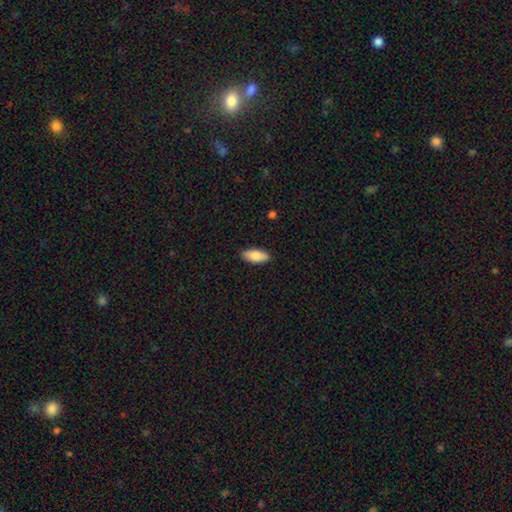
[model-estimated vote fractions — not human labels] The model was most divided on "how rounded": in between: 80%, cigar-shaped: 18%, round: 2%. More confident: merging — none (89%); smooth or featured — smooth (82%).